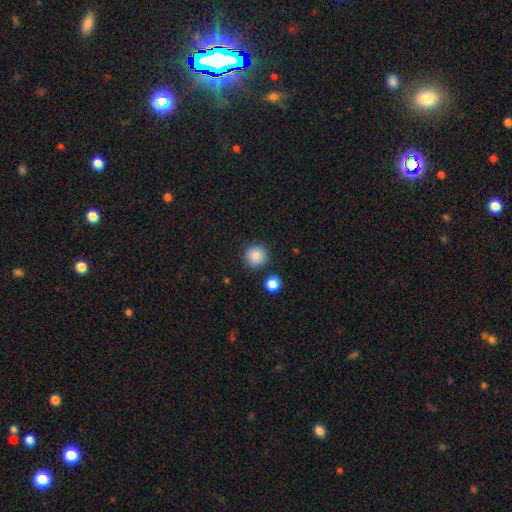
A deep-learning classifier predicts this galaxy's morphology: This is clearly a smooth galaxy (87%). How rounded: clearly round (95%). Merging: clearly none (89%).